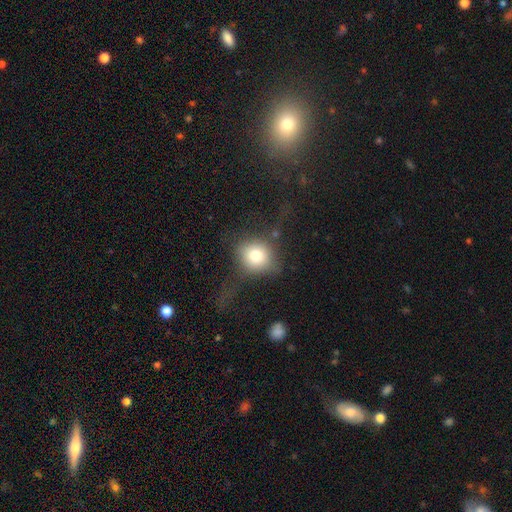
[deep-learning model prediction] smooth-or-featured: smooth: 72% | featured or disk: 16% | star or artifact: 11%
  how-rounded: round: 81% | in between: 17% | cigar-shaped: 1%
  merging: none: 52% | major disturbance: 26% | minor disturbance: 19% | merger: 3%